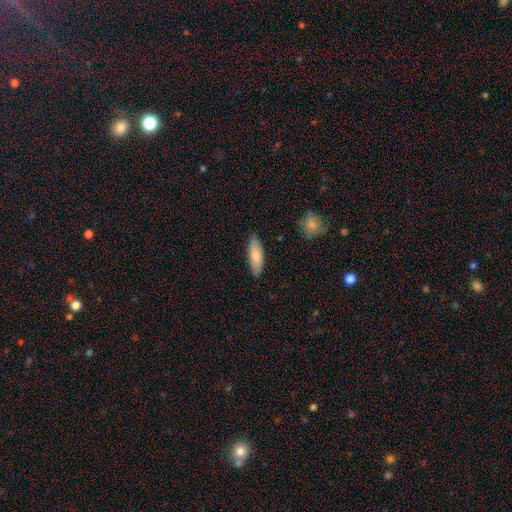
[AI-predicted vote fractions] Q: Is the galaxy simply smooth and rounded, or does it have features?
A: smooth — 78%.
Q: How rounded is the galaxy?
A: in between — 59%.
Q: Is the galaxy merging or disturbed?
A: none — 84%.